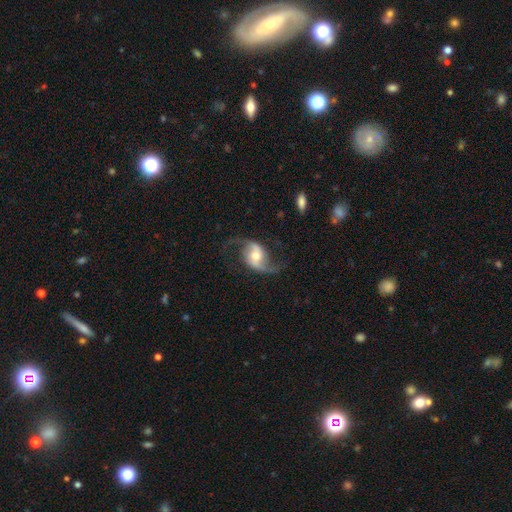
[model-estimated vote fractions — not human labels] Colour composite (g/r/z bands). It shows a featured or disk galaxy (88%) with no bar (40%), 2 (93%) loose (77%) spiral arms (97%) and a moderate central bulge (64%). Merging: none (75%).